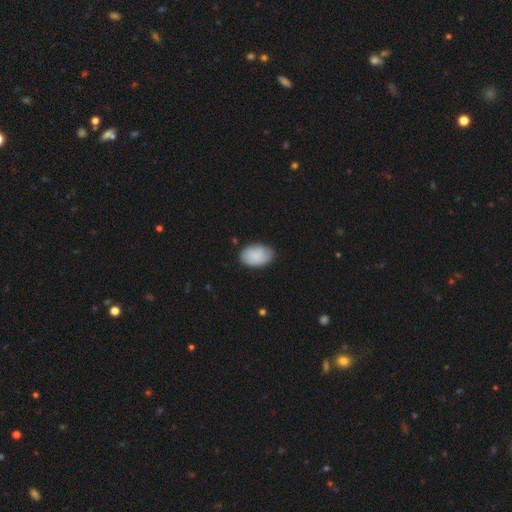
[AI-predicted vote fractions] Smooth or featured: smooth — 85% (featured or disk — 9%)
How rounded: in between — 90% (round — 9%)
Merging: none — 74% (minor disturbance — 21%)